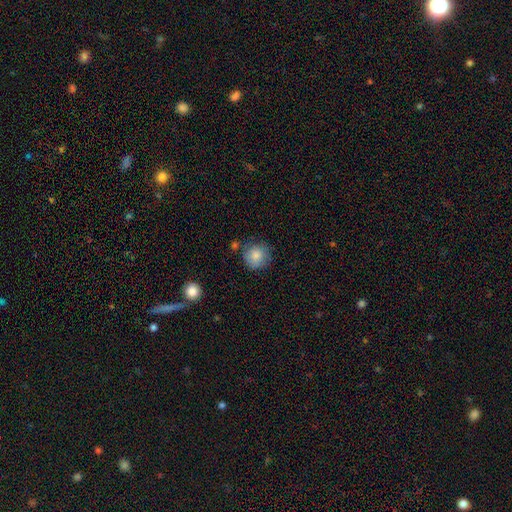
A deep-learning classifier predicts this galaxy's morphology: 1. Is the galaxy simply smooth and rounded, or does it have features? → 85% smooth, 8% star or artifact, 7% featured or disk.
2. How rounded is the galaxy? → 91% round, 8% in between, 1% cigar-shaped.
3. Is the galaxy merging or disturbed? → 75% none, 15% minor disturbance, 5% merger, 4% major disturbance.